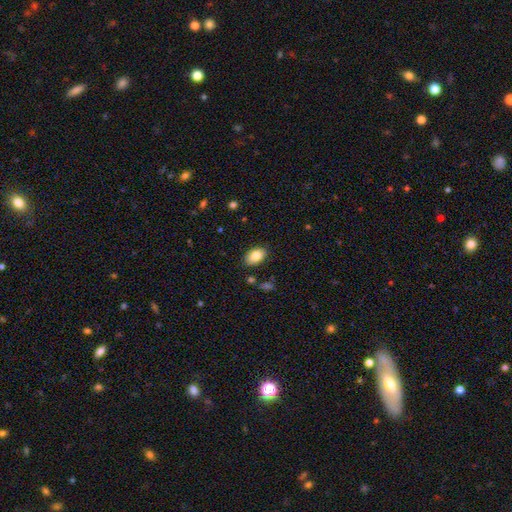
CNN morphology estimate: Smooth or featured? Predicted: smooth (p=0.83). How rounded? Predicted: in between (p=0.89). Merging? Predicted: none (p=0.85).